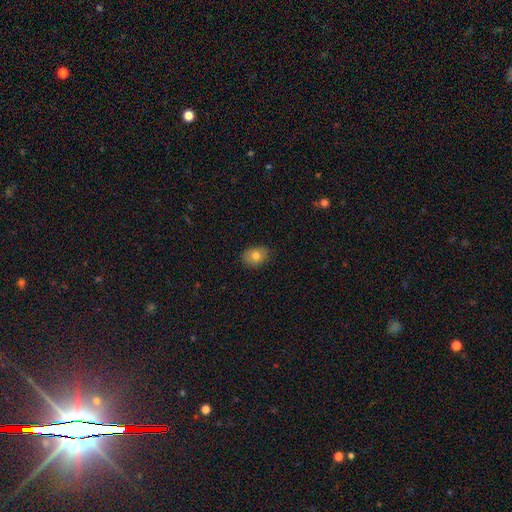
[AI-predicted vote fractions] This appears to be a smooth galaxy with no disk features (79%) that is in between round and cigar-shaped (73%). Merging: none (85%).